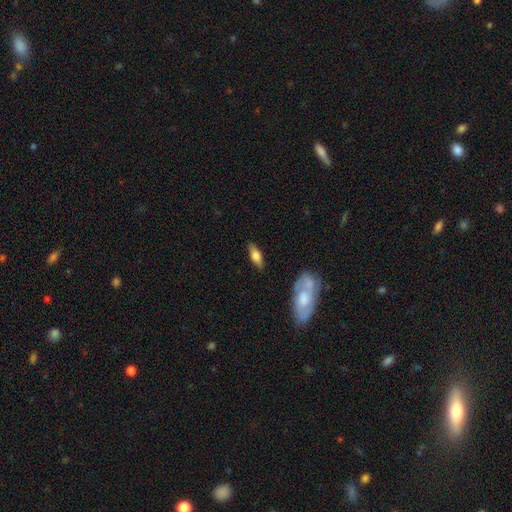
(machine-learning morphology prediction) Smooth or featured? Predicted: smooth (p=0.61). How rounded? Predicted: in between (p=0.65). Merging? Predicted: none (p=0.84).